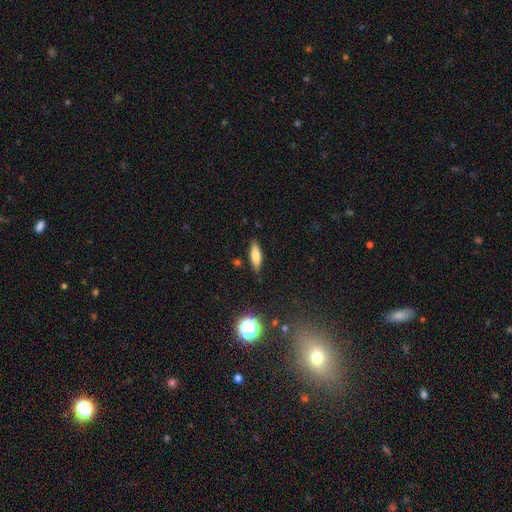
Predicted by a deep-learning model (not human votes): smooth_or_featured: smooth (p=0.72) [alt: featured or disk p=0.19]
how_rounded: cigar-shaped (p=0.53) [alt: in between p=0.45]
merging: none (p=0.84) [alt: minor disturbance p=0.12]